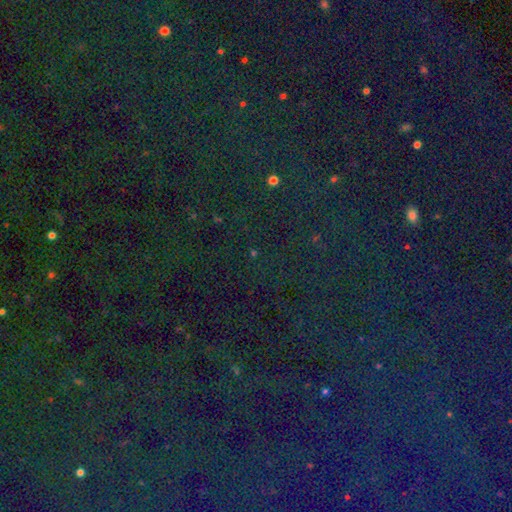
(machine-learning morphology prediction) star or artifact 82%, smooth 11%, featured or disk 7%.